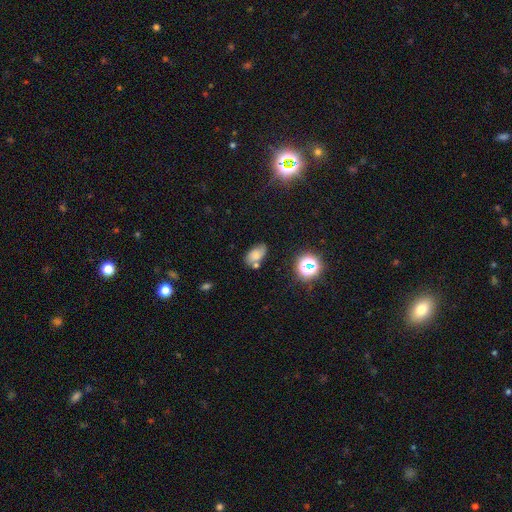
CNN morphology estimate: Q: Smooth or featured?
A: smooth (64%); runner-up: featured or disk (20%)
Q: How rounded?
A: in between (88%); runner-up: round (9%)
Q: Merging?
A: none (62%); runner-up: minor disturbance (20%)